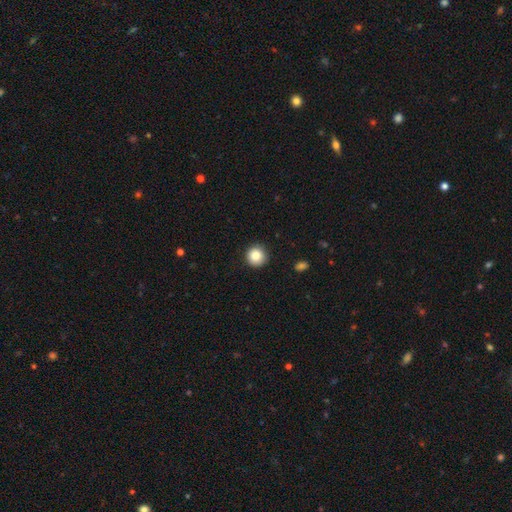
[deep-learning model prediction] Q: Smooth or featured?
A: smooth (85%); runner-up: star or artifact (10%)
Q: How rounded?
A: round (95%); runner-up: in between (4%)
Q: Merging?
A: none (89%); runner-up: minor disturbance (8%)